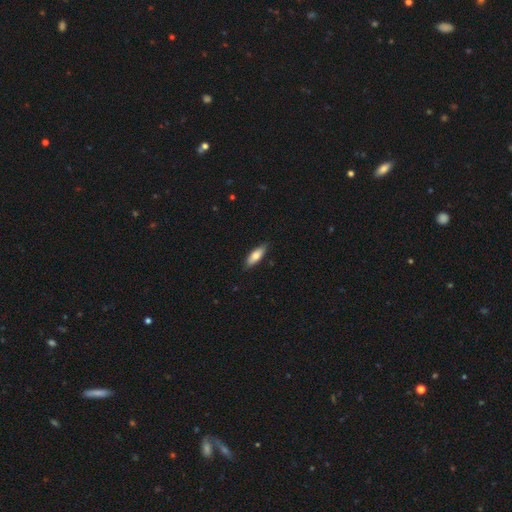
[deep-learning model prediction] Smooth or featured? Predicted: smooth (p=0.76). How rounded? Predicted: in between (p=0.65). Merging? Predicted: none (p=0.85).